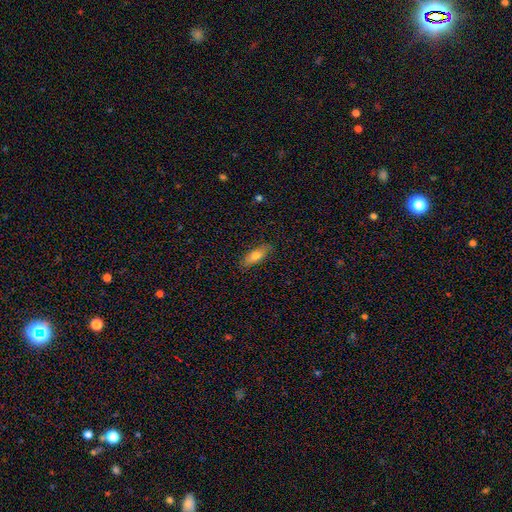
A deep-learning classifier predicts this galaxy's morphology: Smooth or featured? smooth (72%)
How rounded? in between (65%)
Merging? none (85%)